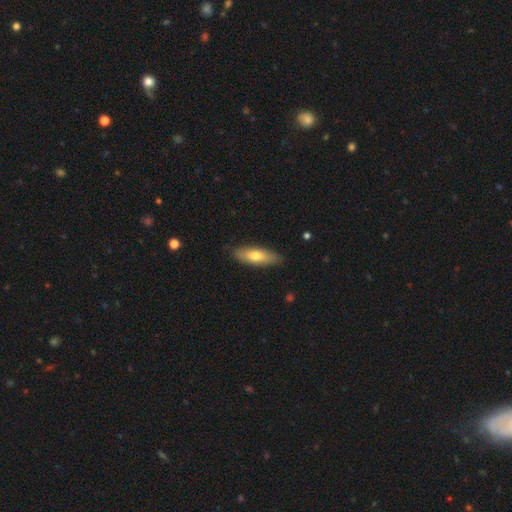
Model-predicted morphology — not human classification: This is likely a smooth galaxy (68%). How rounded: possibly in between (59%). Merging: clearly none (85%).